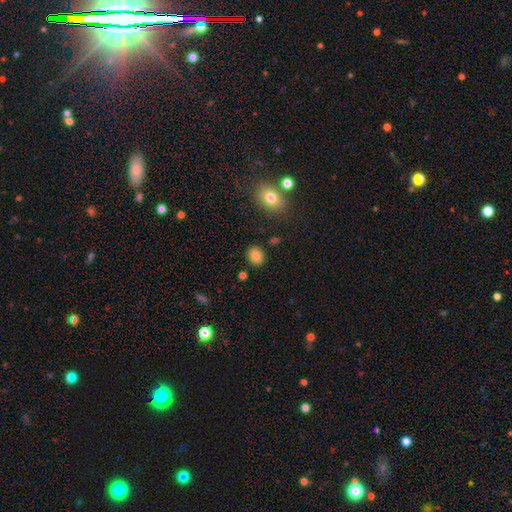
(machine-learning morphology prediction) A smooth galaxy with no disk features (83%) that is round (53%).

Vote fractions:
- Smooth or featured? smooth: 83% / star or artifact: 10% / featured or disk: 7%
- How rounded? round: 53% / in between: 46% / cigar-shaped: 1%
- Merging? none: 86% / minor disturbance: 8% / merger: 3% / major disturbance: 3%